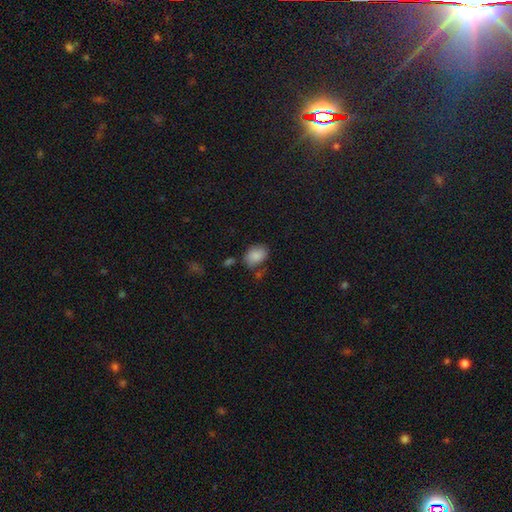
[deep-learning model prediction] Smooth or featured?
  - smooth: 86% *
  - star or artifact: 8%
  - featured or disk: 7%
How rounded?
  - in between: 77% *
  - round: 22%
  - cigar-shaped: 1%
Merging?
  - none: 66% *
  - minor disturbance: 21%
  - merger: 8%
  - major disturbance: 6%